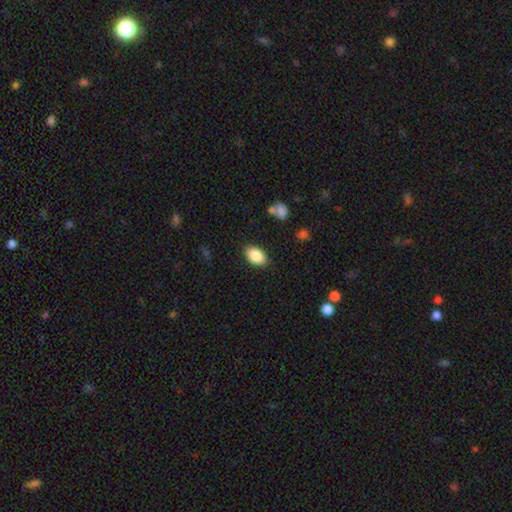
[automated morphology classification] Smooth or featured? smooth (87%)
How rounded? in between (92%)
Merging? none (86%)